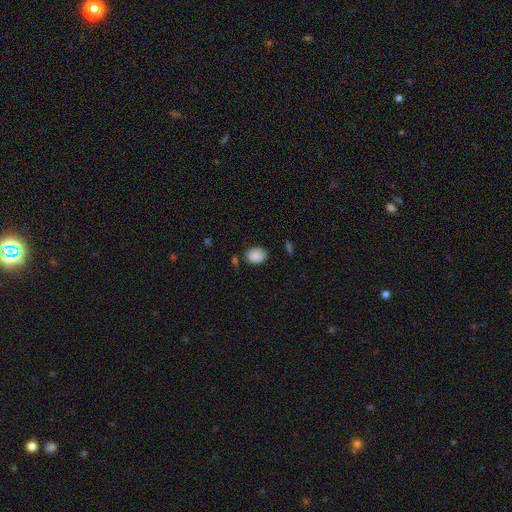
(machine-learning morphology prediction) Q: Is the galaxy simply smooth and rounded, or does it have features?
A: smooth — 88%.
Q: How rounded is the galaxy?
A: in between — 59%.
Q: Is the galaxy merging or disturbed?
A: none — 79%.